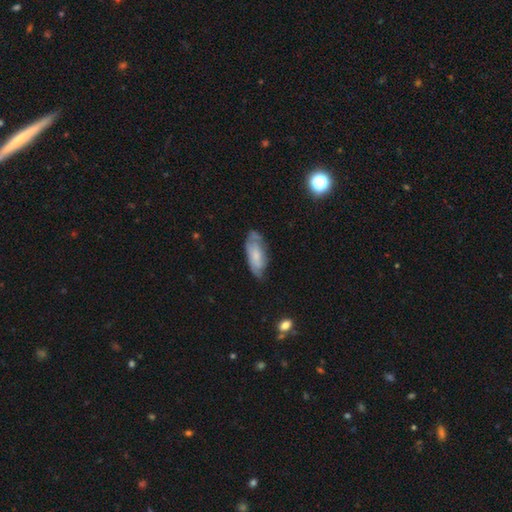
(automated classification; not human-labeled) Smooth or featured?
  - smooth: 52% *
  - featured or disk: 41%
  - star or artifact: 7%
How rounded?
  - in between: 80% *
  - cigar-shaped: 18%
  - round: 2%
Merging?
  - none: 61% *
  - minor disturbance: 29%
  - major disturbance: 8%
  - merger: 2%